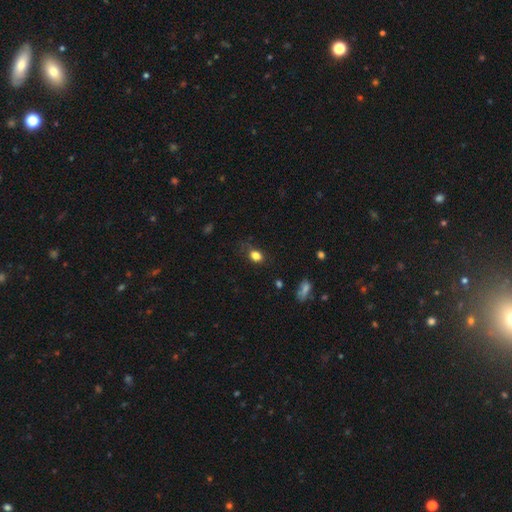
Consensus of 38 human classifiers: A smooth galaxy with no disk features (87%) that is in between round and cigar-shaped (70%). Merging: none (83%).